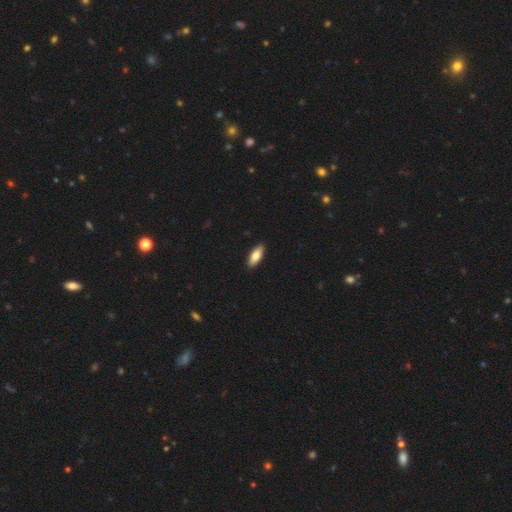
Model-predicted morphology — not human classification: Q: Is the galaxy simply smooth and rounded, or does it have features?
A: smooth — 80%.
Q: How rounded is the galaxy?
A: in between — 76%.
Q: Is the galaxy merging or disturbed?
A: none — 91%.